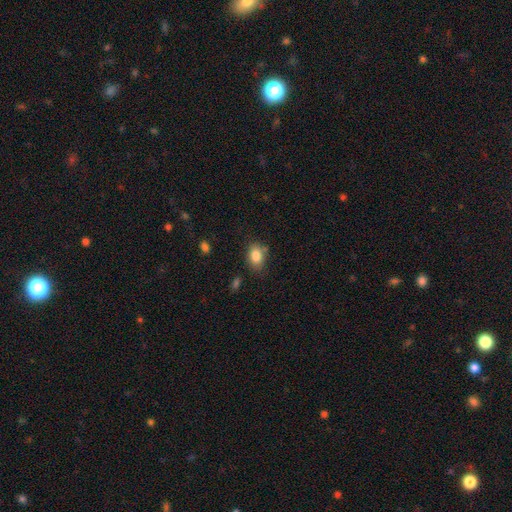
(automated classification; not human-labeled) Smooth or featured? smooth (84%)
How rounded? in between (77%)
Merging? none (74%)